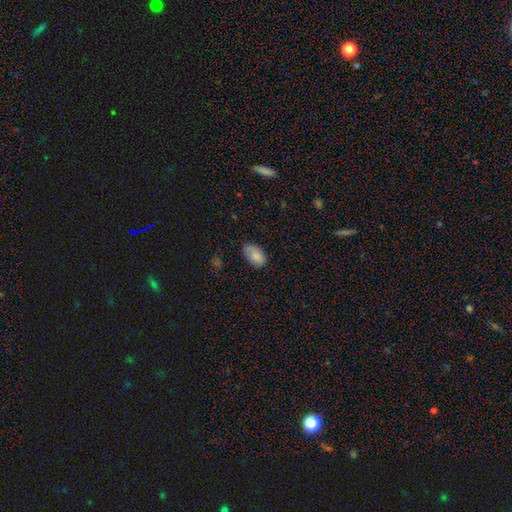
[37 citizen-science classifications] A smooth galaxy with no disk features (89%) that is in between round and cigar-shaped (100%). Merging: none (63%).